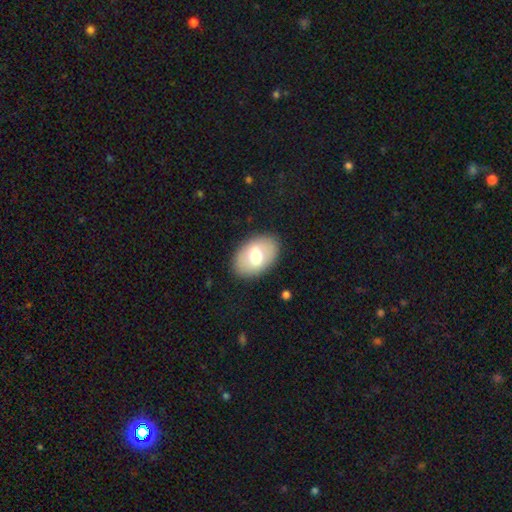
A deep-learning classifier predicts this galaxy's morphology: Q: Smooth or featured?
A: smooth (65%); runner-up: featured or disk (28%)
Q: How rounded?
A: in between (86%); runner-up: round (13%)
Q: Merging?
A: none (87%); runner-up: minor disturbance (9%)